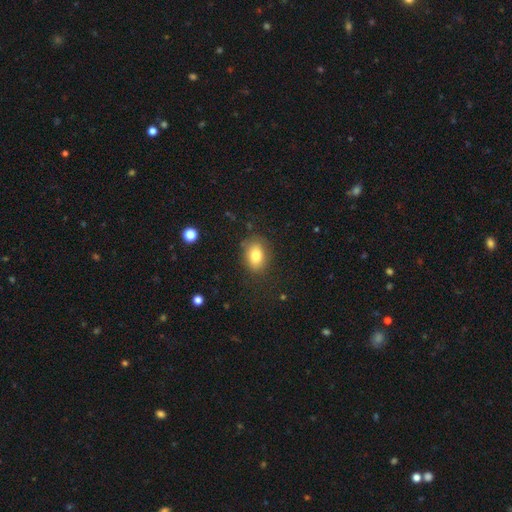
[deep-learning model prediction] Morphology: type=smooth (80%); roundness=in between (76%); merging=none (80%).